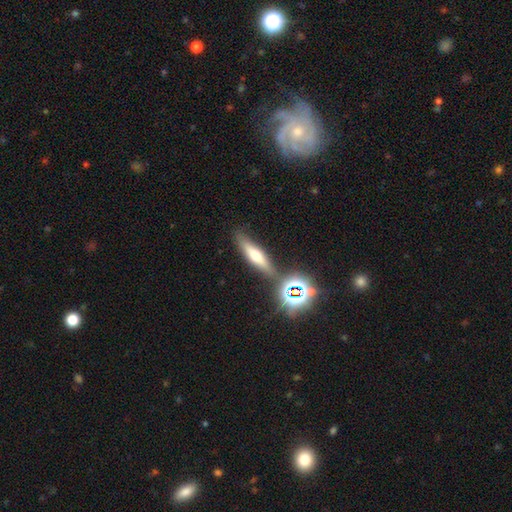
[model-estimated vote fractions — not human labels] This appears to be a smooth galaxy with no disk features (46%). Merging: none (75%).